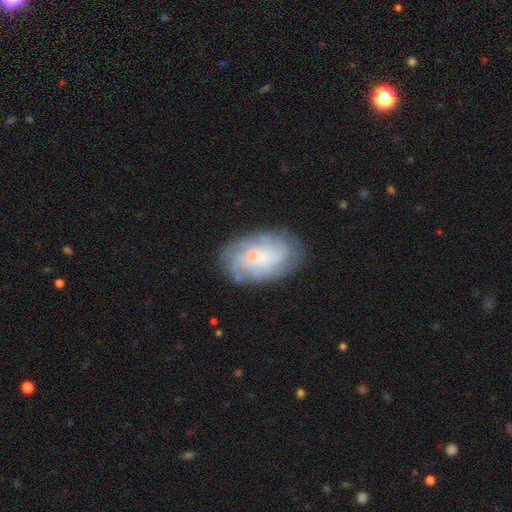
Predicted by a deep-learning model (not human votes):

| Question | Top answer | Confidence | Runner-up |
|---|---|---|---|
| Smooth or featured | featured or disk | 65% | smooth (24%) |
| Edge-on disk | no | 95% | yes (5%) |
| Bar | no | 69% | weak (26%) |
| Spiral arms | yes | 91% | no (9%) |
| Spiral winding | tight | 66% | medium (25%) |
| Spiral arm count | can't tell | 46% | 4 (16%) |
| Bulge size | small | 73% | moderate (21%) |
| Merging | none | 82% | minor disturbance (13%) |